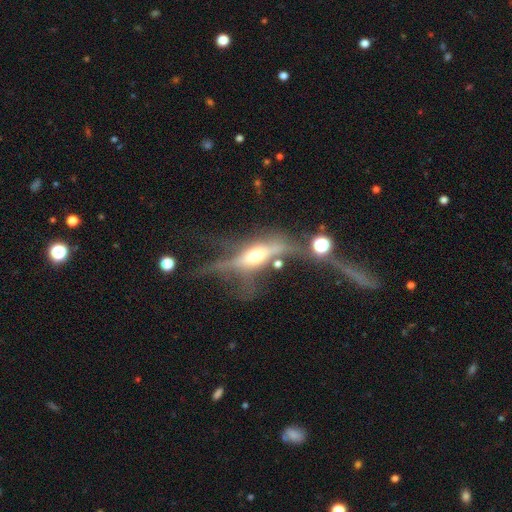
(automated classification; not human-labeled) The model was most divided on "merging": major disturbance: 36%, none: 34%, minor disturbance: 18%, merger: 13%. More confident: edge-on bulge — rounded (89%); edge-on disk — yes (77%); smooth or featured — featured or disk (67%).